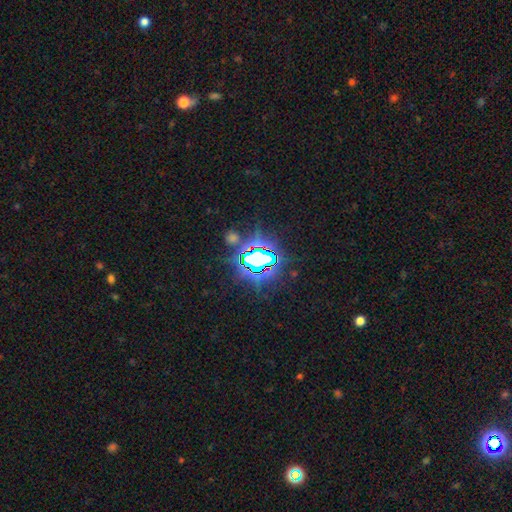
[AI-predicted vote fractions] Q: Smooth or featured?
A: star or artifact (79%); runner-up: smooth (12%)